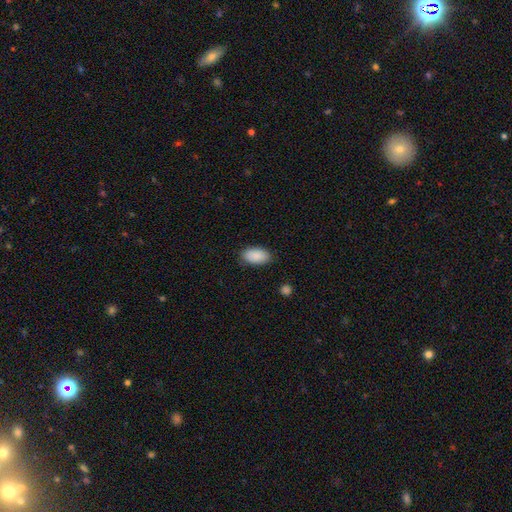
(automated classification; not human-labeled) Smooth or featured: smooth — 90% (star or artifact — 6%)
How rounded: in between — 95% (round — 3%)
Merging: none — 86% (minor disturbance — 11%)